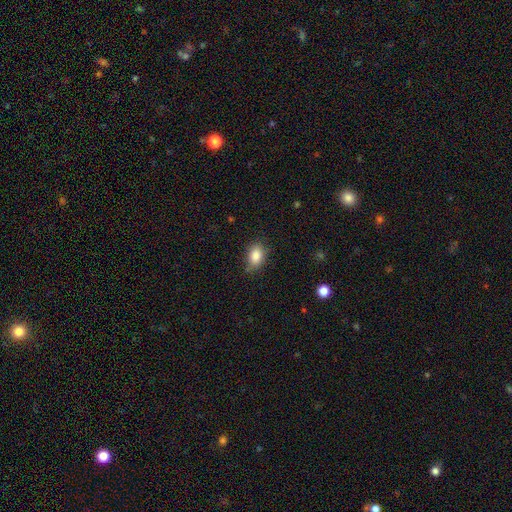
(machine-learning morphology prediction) This appears to be a smooth galaxy with no disk features (86%) that is in between round and cigar-shaped (83%). Merging: none (75%).